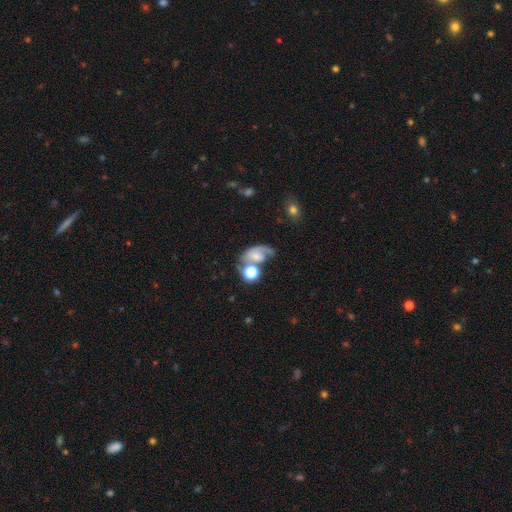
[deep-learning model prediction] This appears to be a featured or disk galaxy (52%). Merging: none (31%).